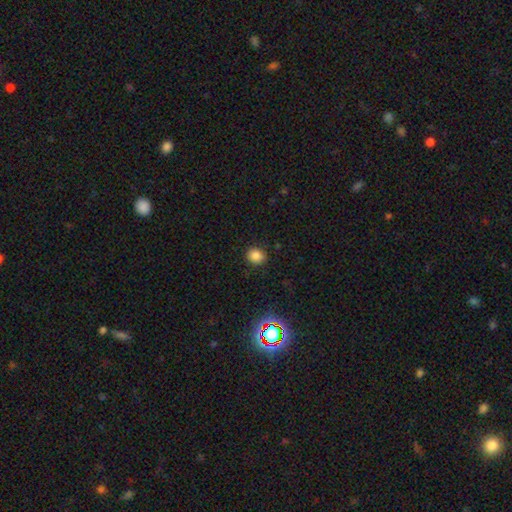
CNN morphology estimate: Overall: smooth (82%). How rounded: round (75%). Merging: none (88%).